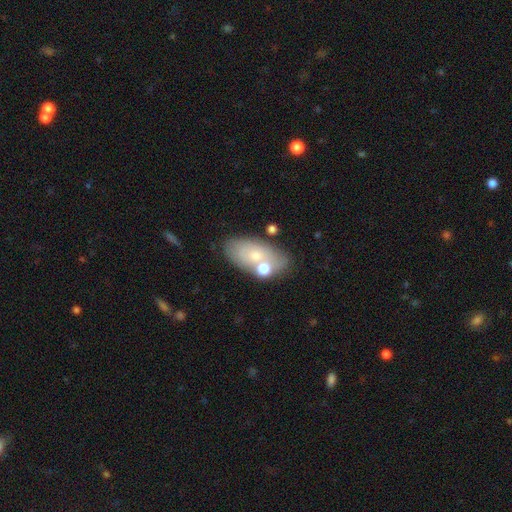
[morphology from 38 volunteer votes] Overall: smooth (68%; featured or disk 32%). How rounded: in between (96%). Merging: none (58%; minor disturbance 21%).